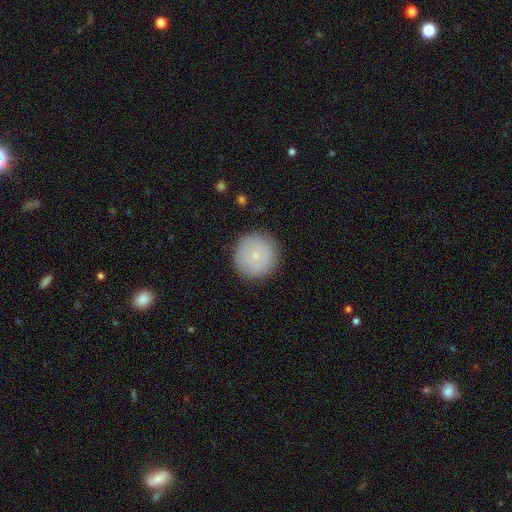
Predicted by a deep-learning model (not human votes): Smooth or featured?
  - smooth: 76% *
  - featured or disk: 17%
  - star or artifact: 7%
How rounded?
  - round: 95% *
  - in between: 4%
  - cigar-shaped: 1%
Merging?
  - none: 88% *
  - minor disturbance: 9%
  - major disturbance: 2%
  - merger: 1%